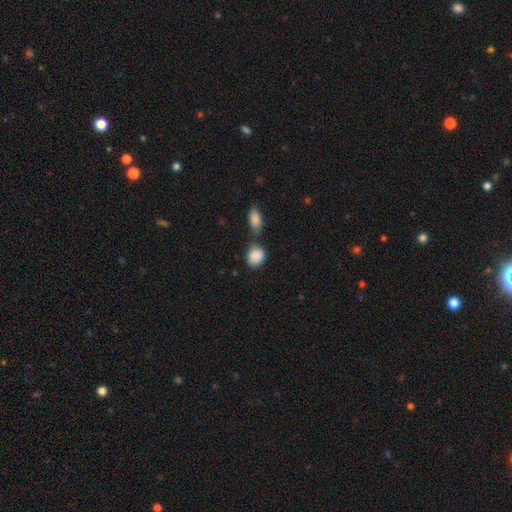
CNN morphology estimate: smooth-or-featured: smooth: 87% | star or artifact: 7% | featured or disk: 6%
  how-rounded: round: 54% | in between: 44% | cigar-shaped: 2%
  merging: none: 48% | merger: 29% | minor disturbance: 18% | major disturbance: 6%